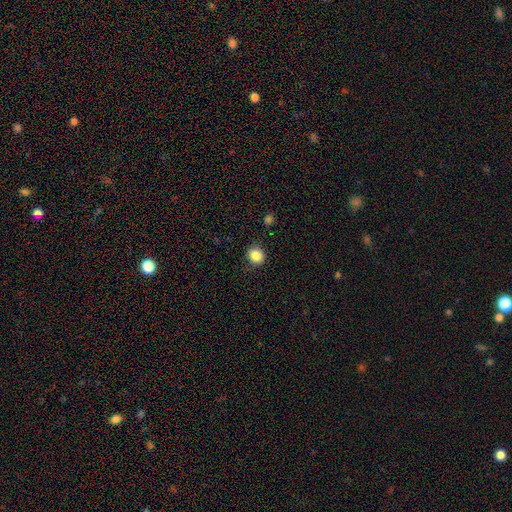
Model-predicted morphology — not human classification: A smooth galaxy with no disk features (85%) that is round (88%). Merging: none (85%).